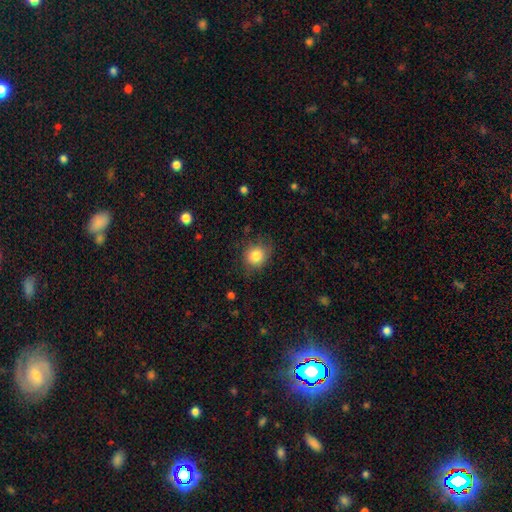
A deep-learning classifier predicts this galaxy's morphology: A smooth galaxy with no disk features (83%) that is round (75%). Merging: none (77%).